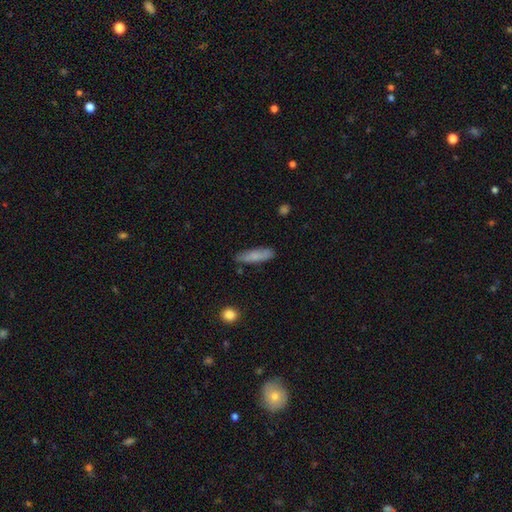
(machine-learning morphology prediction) This appears to be a smooth galaxy with no disk features (77%) that is cigar-shaped (69%). Merging: none (80%).